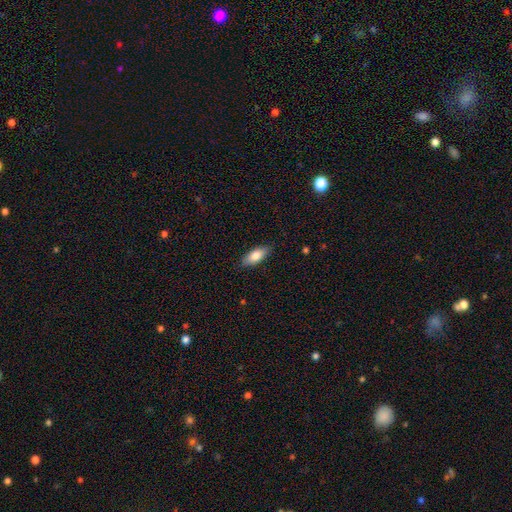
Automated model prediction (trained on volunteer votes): Morphology: type=smooth (80%); roundness=in between (80%); merging=none (86%).